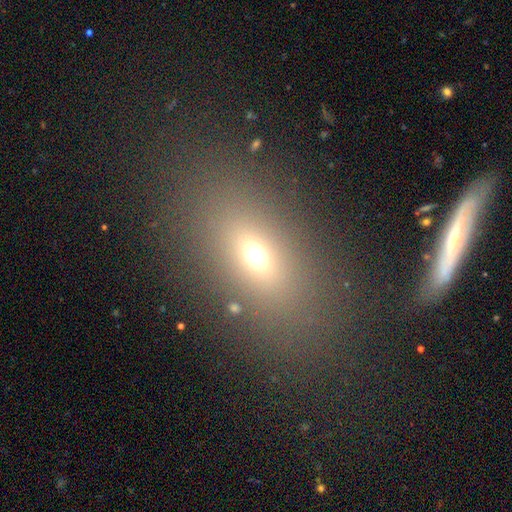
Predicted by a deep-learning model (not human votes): Q: Smooth or featured?
A: smooth (64%); runner-up: star or artifact (20%)
Q: How rounded?
A: in between (77%); runner-up: round (18%)
Q: Merging?
A: none (77%); runner-up: minor disturbance (11%)